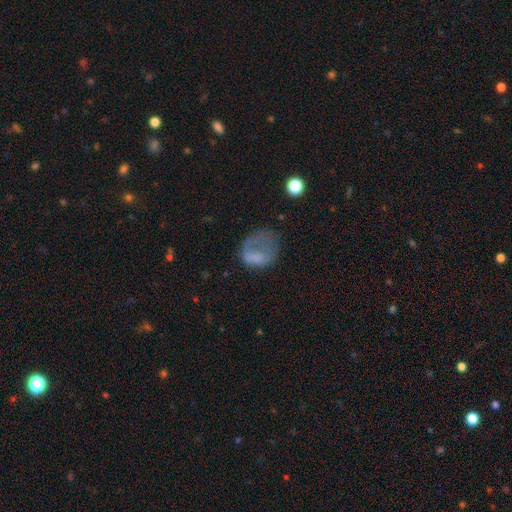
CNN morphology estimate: Smooth or featured: smooth — 59% (featured or disk — 29%)
How rounded: in between — 59% (round — 39%)
Merging: major disturbance — 49% (none — 26%)